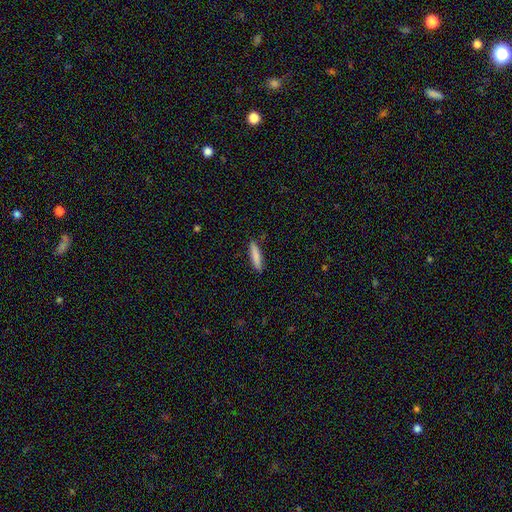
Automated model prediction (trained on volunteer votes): Smooth or featured: smooth — 85% (featured or disk — 10%)
How rounded: cigar-shaped — 85% (in between — 14%)
Merging: none — 89% (minor disturbance — 8%)